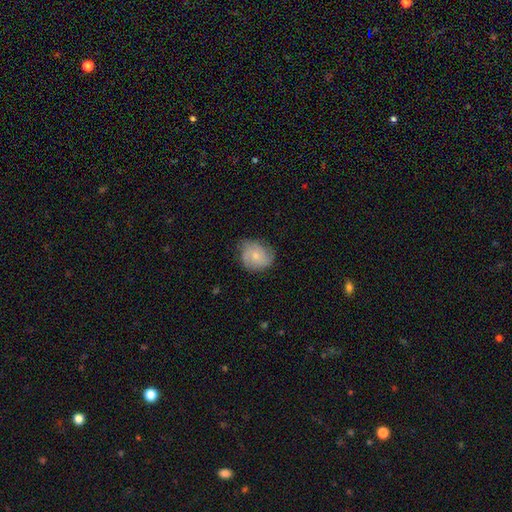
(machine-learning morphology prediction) Overall: smooth (57%; featured or disk 36%). How rounded: round (69%; in between 30%). Merging: none (62%; minor disturbance 29%).